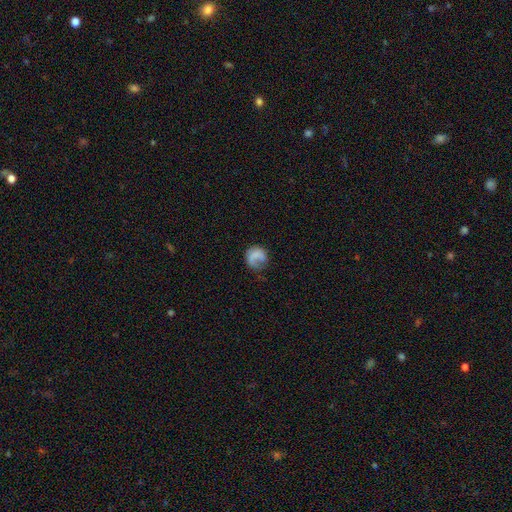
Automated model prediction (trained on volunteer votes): A smooth galaxy with no disk features (60%) that is round (73%). Merging: none (46%).